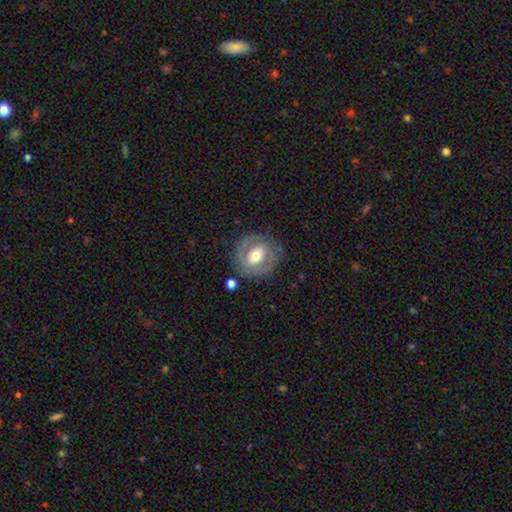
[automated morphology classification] featured or disk 70%, smooth 24%, star or artifact 6%. Down the decision tree: edge-on disk — no (96%); bar — weak (41%); spiral arms — yes (71%); bulge size — moderate (71%); merging — none (79%).